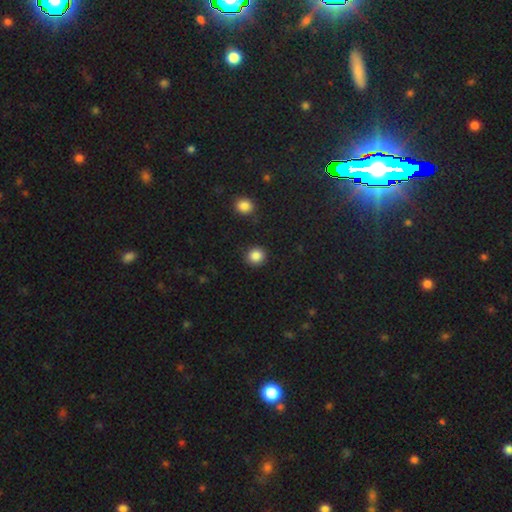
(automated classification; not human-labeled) The model was most divided on "smooth or featured": smooth: 86%, star or artifact: 10%, featured or disk: 4%. More confident: merging — none (90%); how rounded — round (88%).